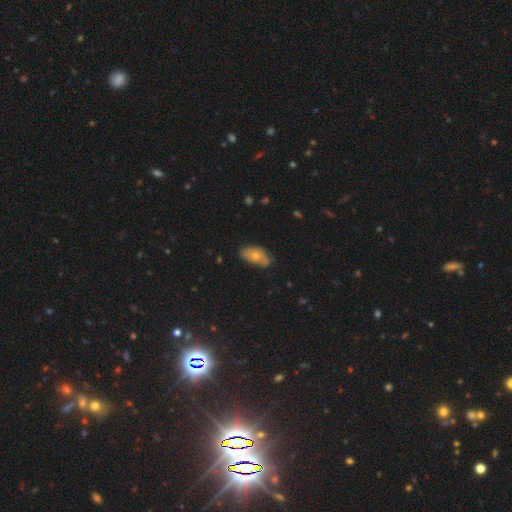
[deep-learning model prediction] This is likely a smooth galaxy (65%). How rounded: clearly in between (92%). Merging: likely none (64%).